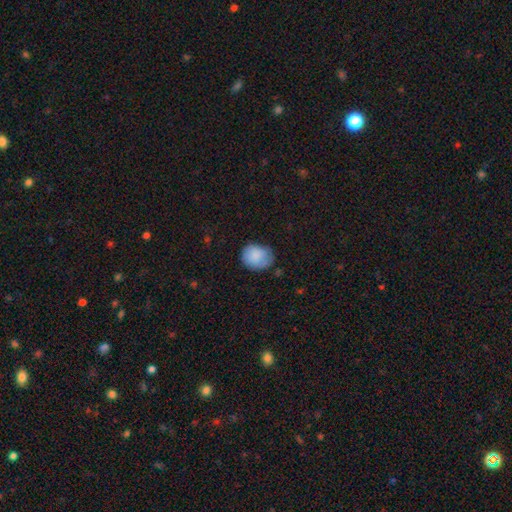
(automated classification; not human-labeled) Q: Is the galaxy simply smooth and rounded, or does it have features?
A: smooth — 84%.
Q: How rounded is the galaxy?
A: round — 60%.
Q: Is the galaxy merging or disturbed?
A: none — 61%.